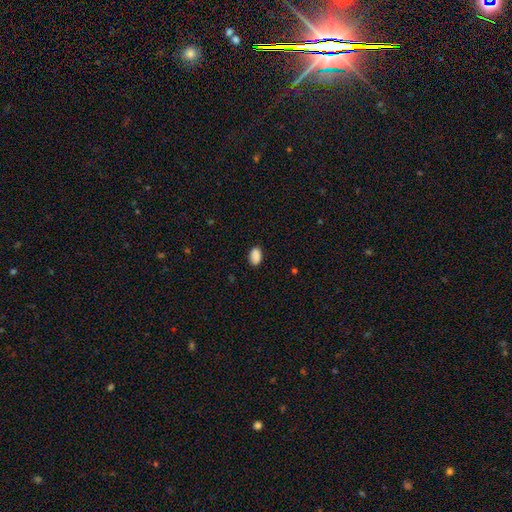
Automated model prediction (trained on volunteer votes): A smooth galaxy with no disk features (89%) that is in between round and cigar-shaped (88%). Merging: none (85%).